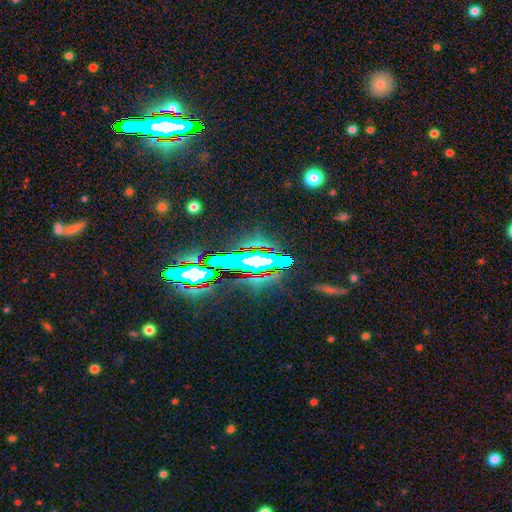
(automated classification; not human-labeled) star or artifact 77%, featured or disk 13%, smooth 10%.